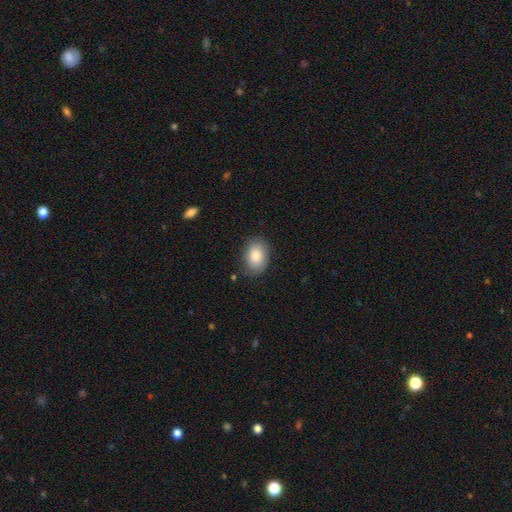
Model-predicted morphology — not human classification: Overall: smooth (81%). How rounded: in between (72%). Merging: none (77%).